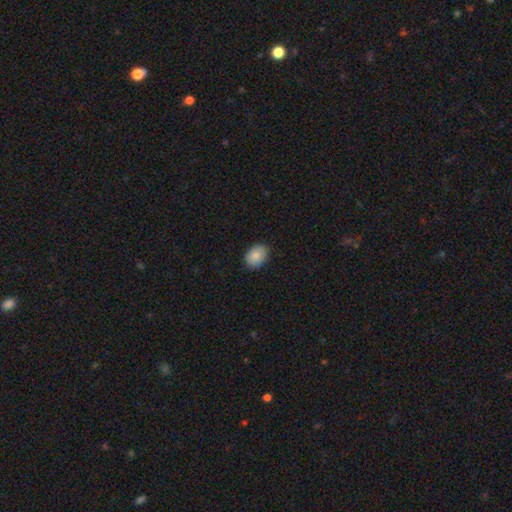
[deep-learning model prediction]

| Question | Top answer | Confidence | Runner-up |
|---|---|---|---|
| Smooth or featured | smooth | 86% | featured or disk (7%) |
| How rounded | in between | 69% | round (30%) |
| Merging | none | 86% | minor disturbance (11%) |